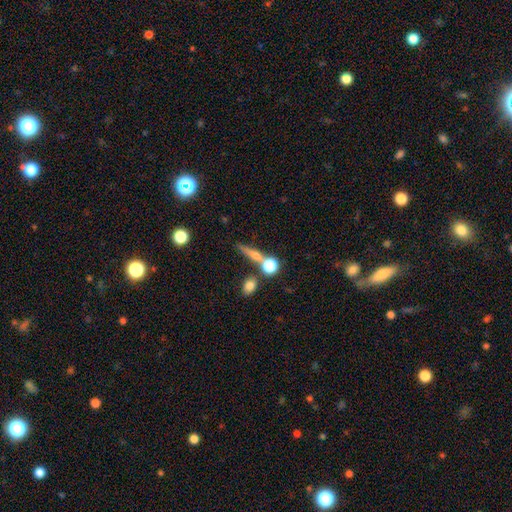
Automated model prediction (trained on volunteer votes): Smooth or featured?
  - smooth: 49% *
  - featured or disk: 36%
  - star or artifact: 15%
Merging?
  - none: 60% *
  - merger: 23%
  - minor disturbance: 11%
  - major disturbance: 6%